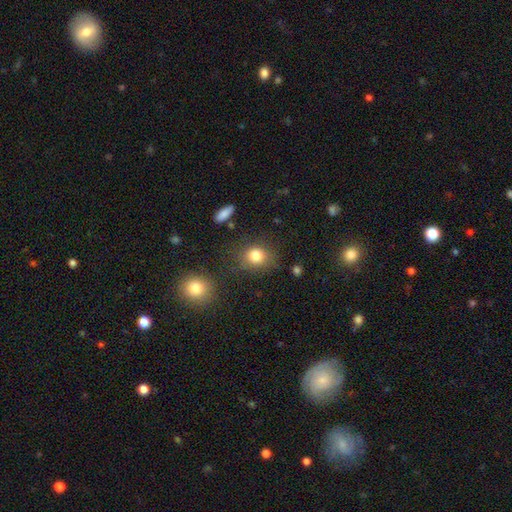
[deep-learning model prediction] Smooth or featured?
  - smooth: 82% *
  - star or artifact: 11%
  - featured or disk: 7%
How rounded?
  - round: 65% *
  - in between: 34%
  - cigar-shaped: 1%
Merging?
  - none: 77% *
  - minor disturbance: 15%
  - major disturbance: 5%
  - merger: 3%